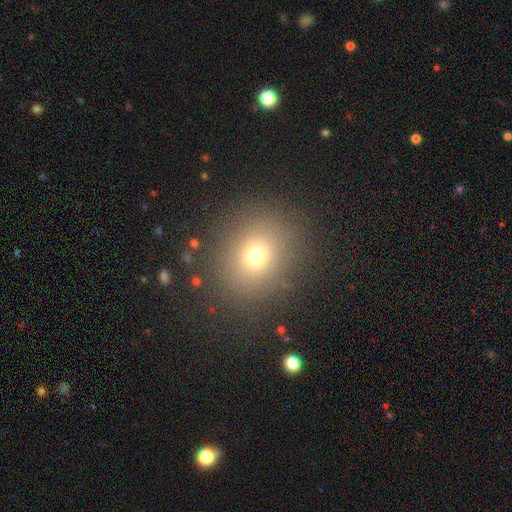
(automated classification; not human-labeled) The model was most divided on "how rounded": round: 72%, in between: 27%, cigar-shaped: 1%. More confident: merging — none (86%); smooth or featured — smooth (70%).